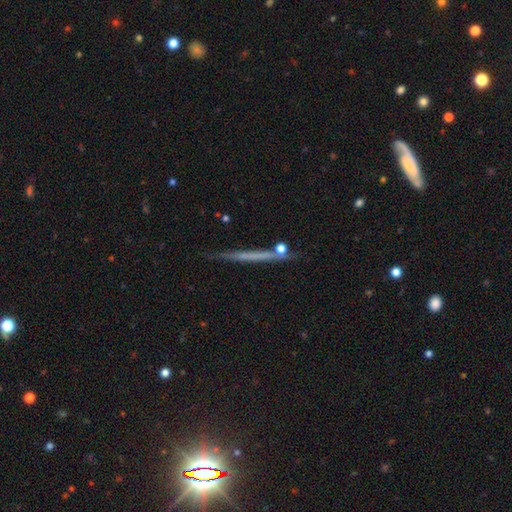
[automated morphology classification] smooth_or_featured: featured or disk (p=0.52) [alt: smooth p=0.39]
disk_edge_on: yes (p=0.95) [alt: no p=0.05]
merging: none (p=0.82) [alt: minor disturbance p=0.11]